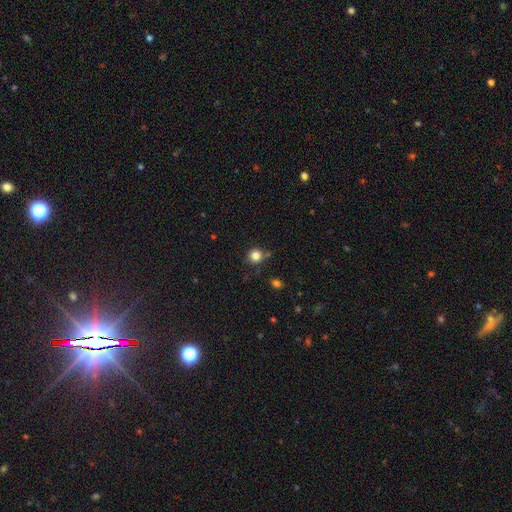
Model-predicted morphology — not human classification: type=smooth (82%); roundness=round (91%); merging=none (75%).